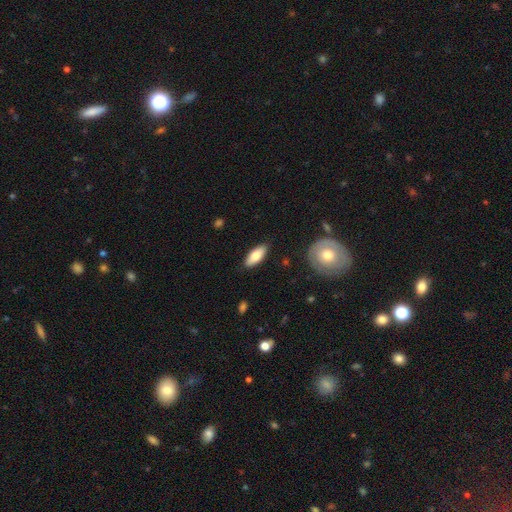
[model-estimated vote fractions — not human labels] Smooth or featured? Predicted: smooth (p=0.76). How rounded? Predicted: in between (p=0.78). Merging? Predicted: none (p=0.88).